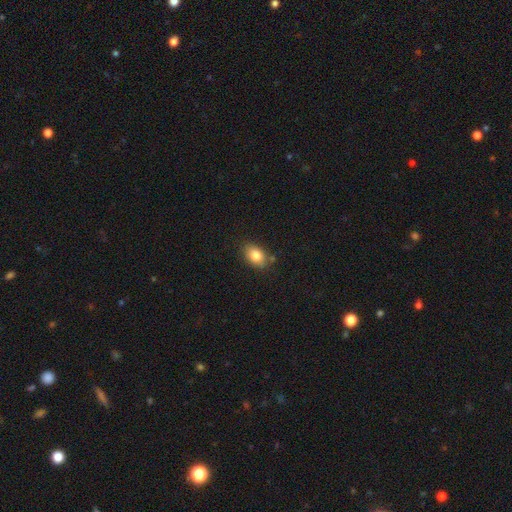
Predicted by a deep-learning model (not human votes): smooth_or_featured: smooth (p=0.82) [alt: featured or disk p=0.09]
how_rounded: in between (p=0.80) [alt: round p=0.18]
merging: none (p=0.77) [alt: minor disturbance p=0.15]